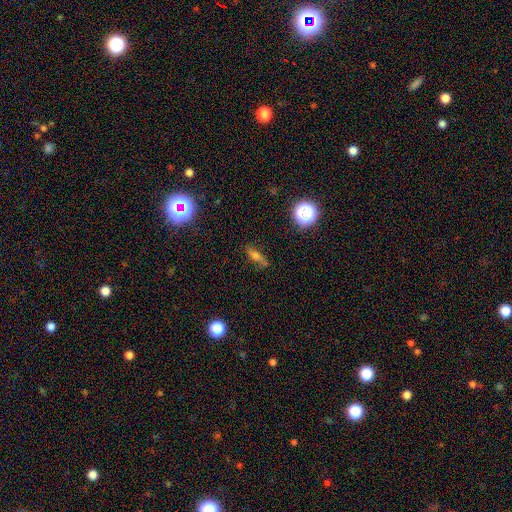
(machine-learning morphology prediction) A smooth galaxy with no disk features (50%) that is cigar-shaped (52%).

Vote fractions:
- Smooth or featured? smooth: 50% / featured or disk: 29% / star or artifact: 21%
- How rounded? cigar-shaped: 52% / in between: 37% / round: 11%
- Merging? none: 72% / minor disturbance: 18% / major disturbance: 6% / merger: 3%